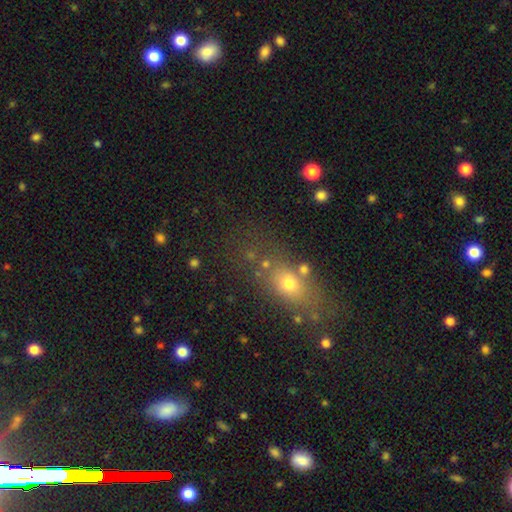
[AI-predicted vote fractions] Smooth or featured? smooth (45%)
Merging? none (69%)